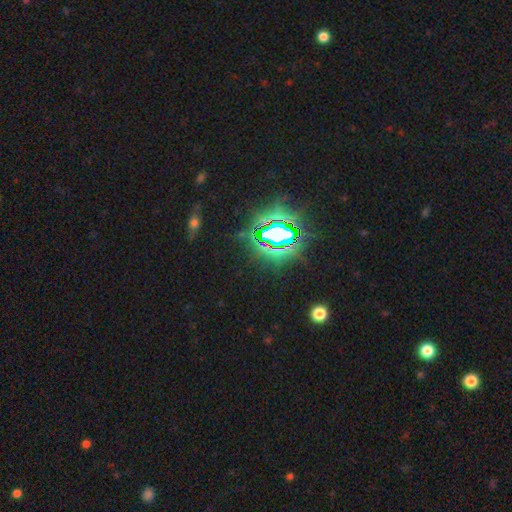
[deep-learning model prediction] smooth-or-featured: star or artifact: 81% | smooth: 11% | featured or disk: 8%